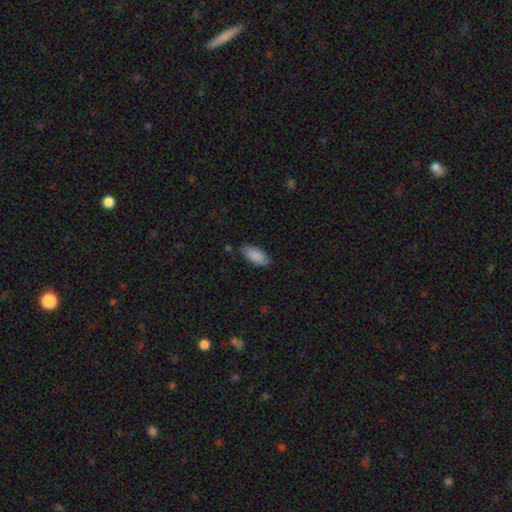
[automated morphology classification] This is clearly a smooth galaxy (89%). How rounded: clearly in between (87%). Merging: clearly none (82%).